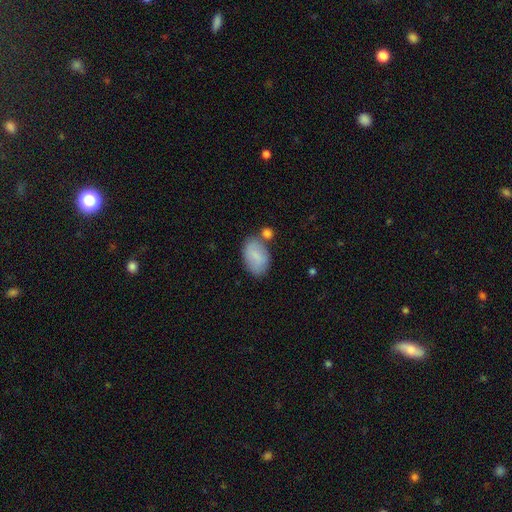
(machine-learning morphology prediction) Smooth or featured?
  - smooth: 76% *
  - featured or disk: 16%
  - star or artifact: 7%
How rounded?
  - in between: 90% *
  - round: 8%
  - cigar-shaped: 2%
Merging?
  - none: 58% *
  - minor disturbance: 19%
  - merger: 17%
  - major disturbance: 5%